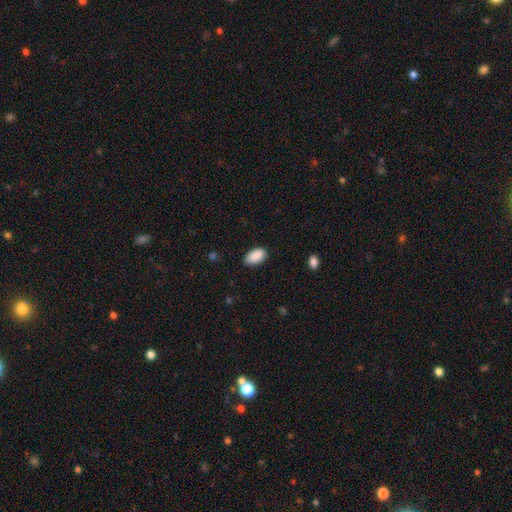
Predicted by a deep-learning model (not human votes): This appears to be a smooth galaxy with no disk features (90%) that is in between round and cigar-shaped (95%). Merging: none (82%).